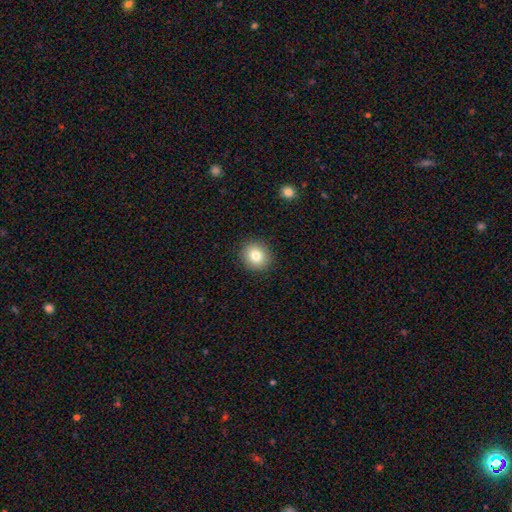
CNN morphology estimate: Smooth or featured: smooth — 81% (star or artifact — 10%)
How rounded: round — 81% (in between — 18%)
Merging: none — 91% (minor disturbance — 6%)